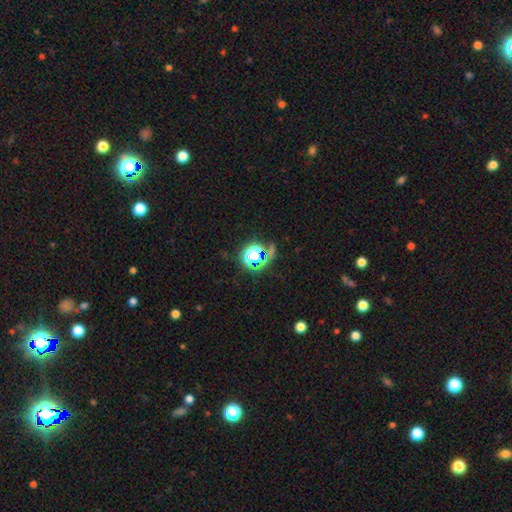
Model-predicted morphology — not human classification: A star or artifact, not a galaxy (73%).

Vote fractions:
- Smooth or featured? star or artifact: 73% / smooth: 19% / featured or disk: 8%